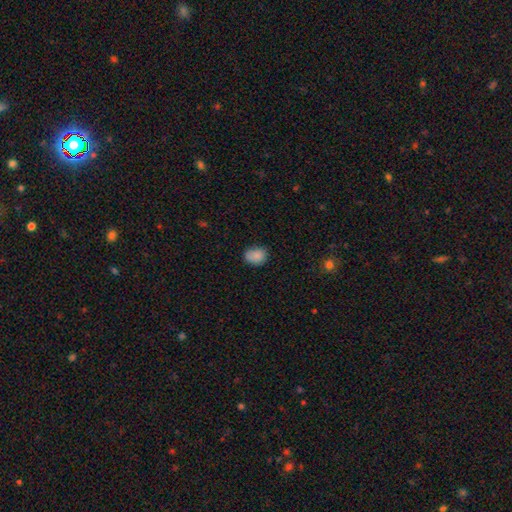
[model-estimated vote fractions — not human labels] smooth_or_featured: smooth (p=0.86) [alt: star or artifact p=0.09]
how_rounded: in between (p=0.59) [alt: round p=0.40]
merging: none (p=0.74) [alt: minor disturbance p=0.21]